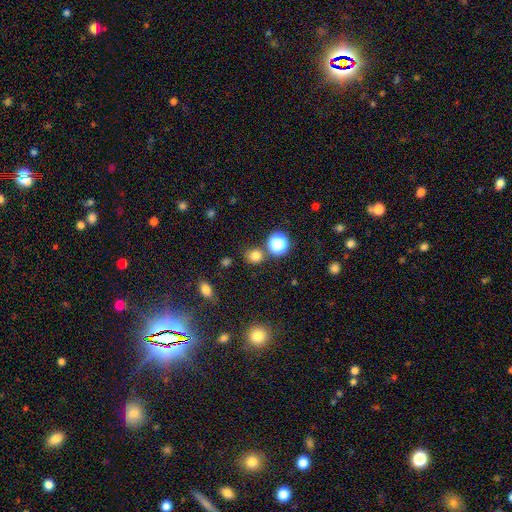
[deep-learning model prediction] smooth_or_featured: smooth (p=0.75) [alt: star or artifact p=0.20]
how_rounded: round (p=0.82) [alt: in between p=0.16]
merging: none (p=0.77) [alt: minor disturbance p=0.11]